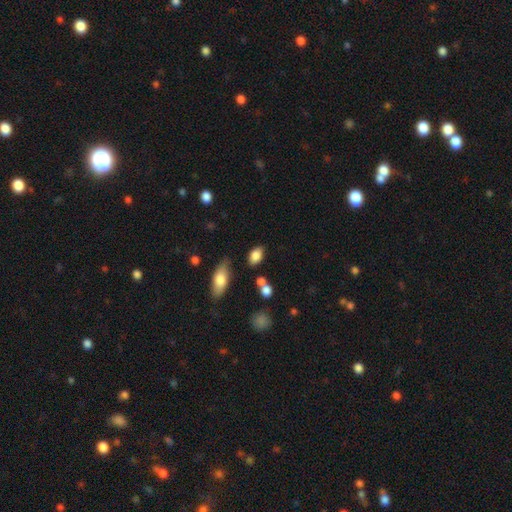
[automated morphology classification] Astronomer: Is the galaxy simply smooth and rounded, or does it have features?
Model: smooth — 82%.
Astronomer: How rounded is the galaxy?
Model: in between — 86%.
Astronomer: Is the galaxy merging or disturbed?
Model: none — 71%.